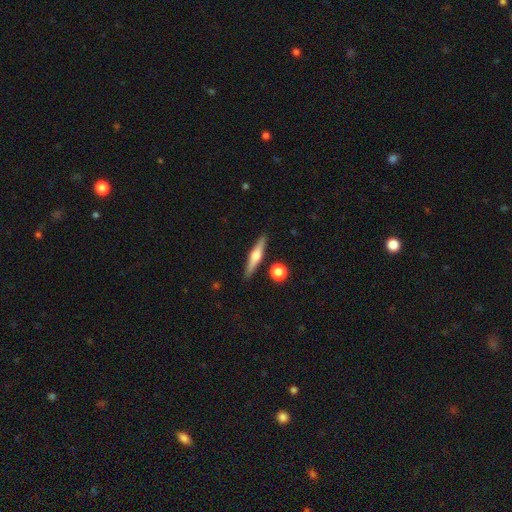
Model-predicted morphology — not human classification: type=featured or disk (59%); edge-on=yes (97%); edge-on bulge=rounded (90%); merging=none (88%).